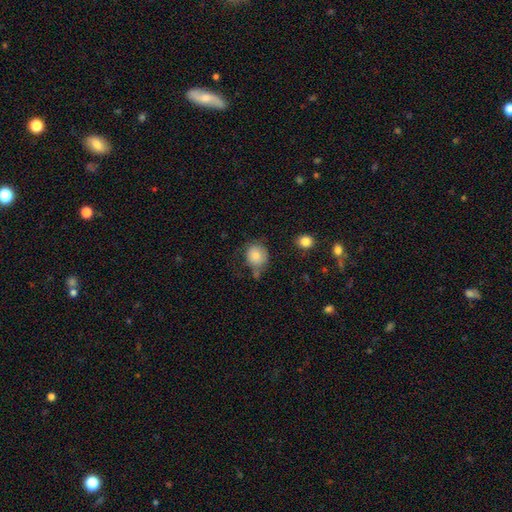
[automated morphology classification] This appears to be a smooth galaxy with no disk features (79%) that is round (83%). Merging: none (53%).